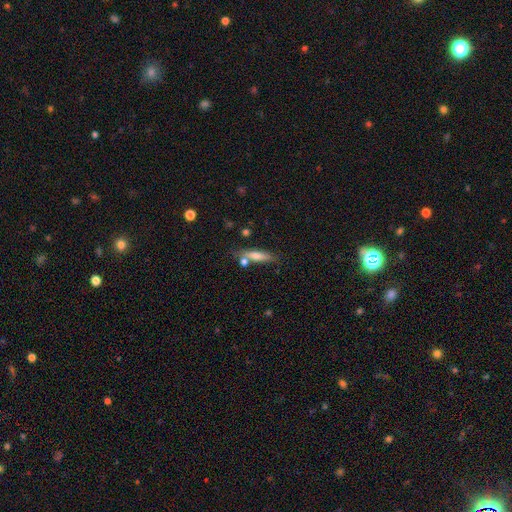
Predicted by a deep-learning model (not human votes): Smooth or featured? smooth (64%)
How rounded? cigar-shaped (77%)
Merging? none (69%)